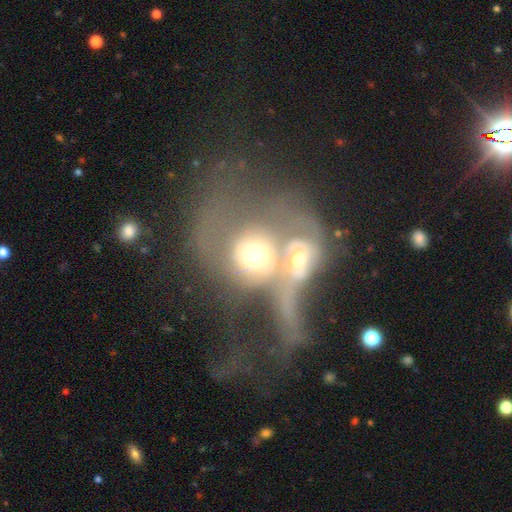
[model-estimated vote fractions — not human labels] smooth-or-featured: featured or disk: 63% | smooth: 28% | star or artifact: 9%
  disk-edge-on: no: 94% | yes: 6%
    bar: no: 75% | weak: 19% | strong: 6%
    has-spiral-arms: yes: 64% | no: 36%
    bulge-size: moderate: 62% | large: 19% | small: 13% | dominant: 4% | none: 3%
  merging: merger: 78% | major disturbance: 14% | none: 5% | minor disturbance: 3%